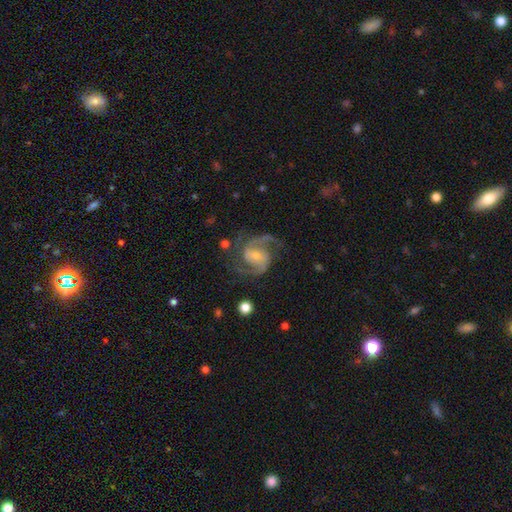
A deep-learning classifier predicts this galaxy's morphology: A featured or disk galaxy (91%) with a weak bar (48%), 2 (88%) medium (64%) spiral arms (98%) and a small central bulge (53%).

Vote fractions:
- Smooth or featured? featured or disk: 91% / star or artifact: 5% / smooth: 4%
- Edge-on disk? no: 98% / yes: 2%
- Bar? weak: 48% / no: 33% / strong: 19%
- Spiral arms? yes: 98% / no: 2%
- Spiral winding? medium: 64% / loose: 20% / tight: 16%
- Spiral arm count? 2: 88% / 3: 5% / can't tell: 3% / 1: 2% / 4: 1% / more than 4: 1%
- Bulge size? small: 53% / moderate: 34% / none: 7% / large: 4% / dominant: 1%
- Merging? none: 73% / minor disturbance: 15% / major disturbance: 10% / merger: 2%